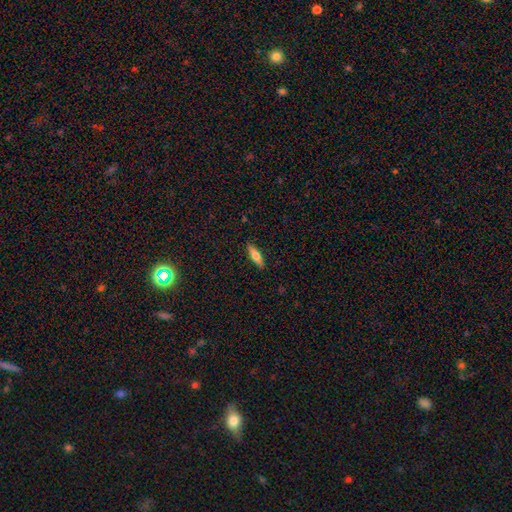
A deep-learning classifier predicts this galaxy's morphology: smooth 61%, featured or disk 32%, star or artifact 6%. Down the decision tree: how rounded — cigar-shaped (62%); merging — none (89%).